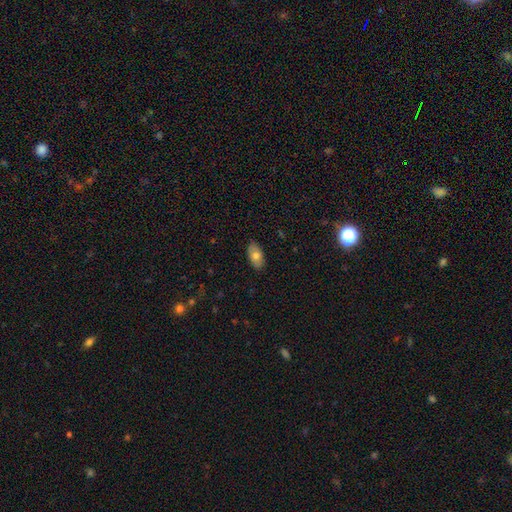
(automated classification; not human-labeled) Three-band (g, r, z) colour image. It shows a smooth galaxy with no disk features (73%) that is in between round and cigar-shaped (93%). Merging: none (87%).